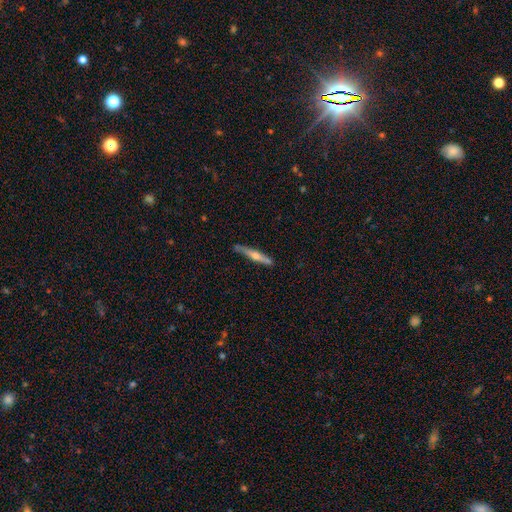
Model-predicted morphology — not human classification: Q: Smooth or featured?
A: featured or disk (66%); runner-up: smooth (29%)
Q: Edge-on disk?
A: yes (97%); runner-up: no (3%)
Q: Edge-on bulge?
A: rounded (89%); runner-up: none (7%)
Q: Merging?
A: none (84%); runner-up: minor disturbance (12%)